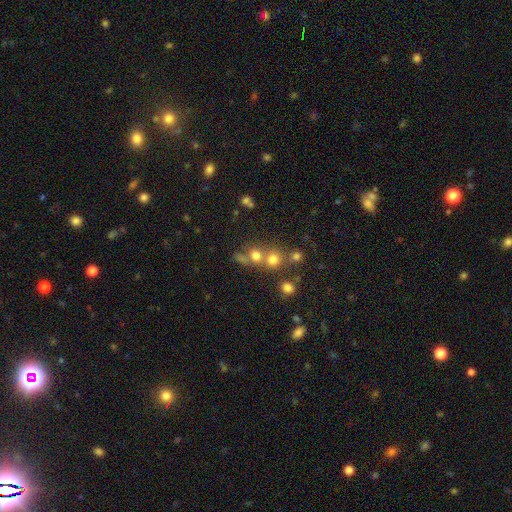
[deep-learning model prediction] smooth-or-featured: smooth: 69% | star or artifact: 19% | featured or disk: 12%
  how-rounded: round: 83% | in between: 15% | cigar-shaped: 1%
  merging: none: 45% | merger: 42% | minor disturbance: 8% | major disturbance: 5%